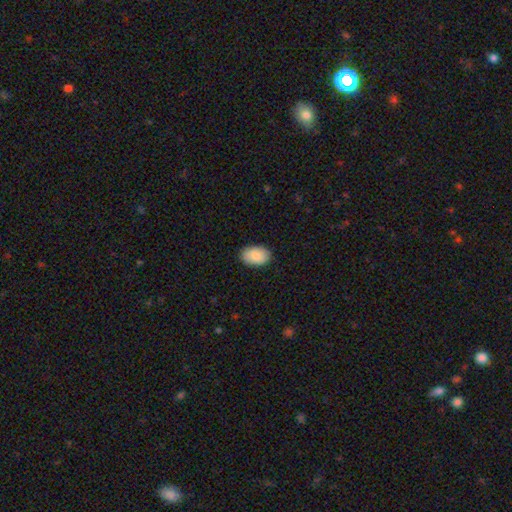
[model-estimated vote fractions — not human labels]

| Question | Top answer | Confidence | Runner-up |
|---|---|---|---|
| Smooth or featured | smooth | 88% | star or artifact (6%) |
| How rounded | in between | 89% | round (10%) |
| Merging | none | 88% | minor disturbance (9%) |